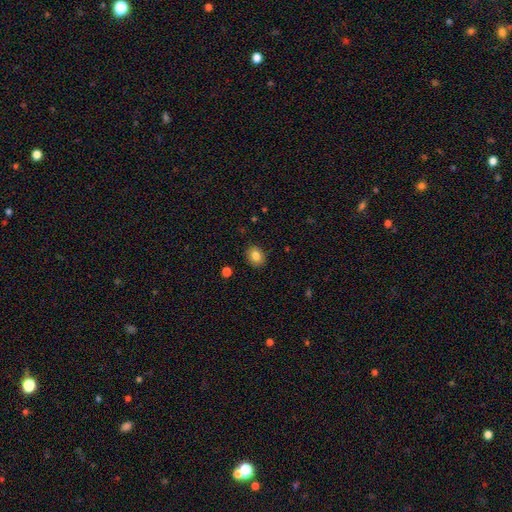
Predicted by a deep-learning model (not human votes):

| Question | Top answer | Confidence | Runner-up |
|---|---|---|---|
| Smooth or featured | smooth | 83% | star or artifact (10%) |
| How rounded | round | 62% | in between (37%) |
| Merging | none | 88% | minor disturbance (9%) |